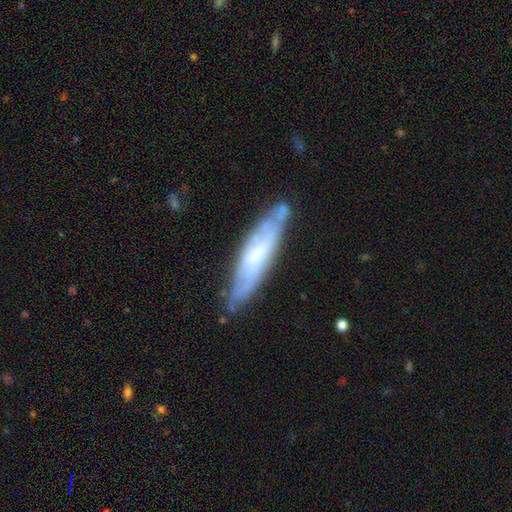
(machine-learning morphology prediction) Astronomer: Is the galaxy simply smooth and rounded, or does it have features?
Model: featured or disk — 55% (runner-up: smooth, 39%).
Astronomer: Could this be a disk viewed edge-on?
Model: no — 51% (runner-up: yes, 49%).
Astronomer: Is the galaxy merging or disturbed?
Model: none — 68%.